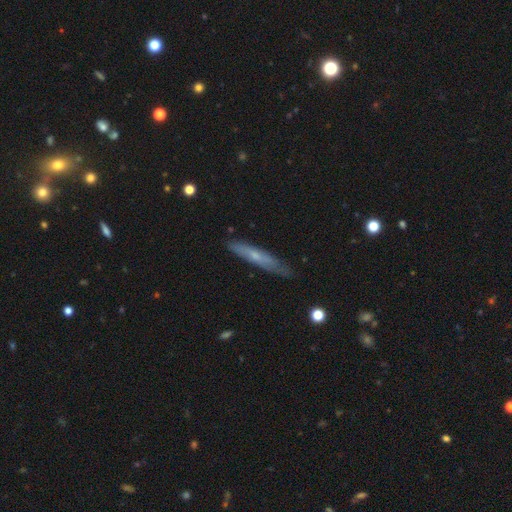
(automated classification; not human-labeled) Overall: smooth (49%; featured or disk 45%). Merging: none (77%).